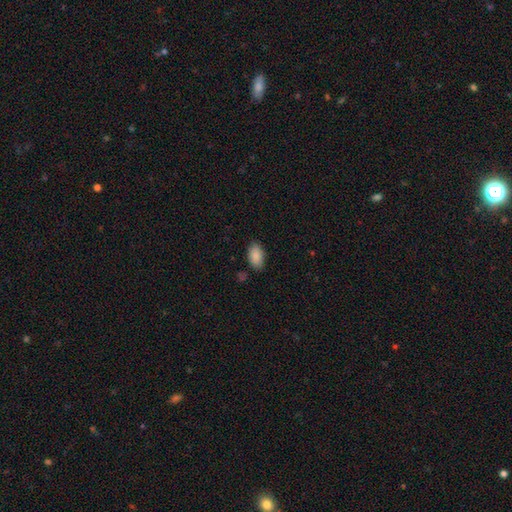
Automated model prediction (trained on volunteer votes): A smooth galaxy with no disk features (88%) that is in between round and cigar-shaped (93%). Merging: none (84%).